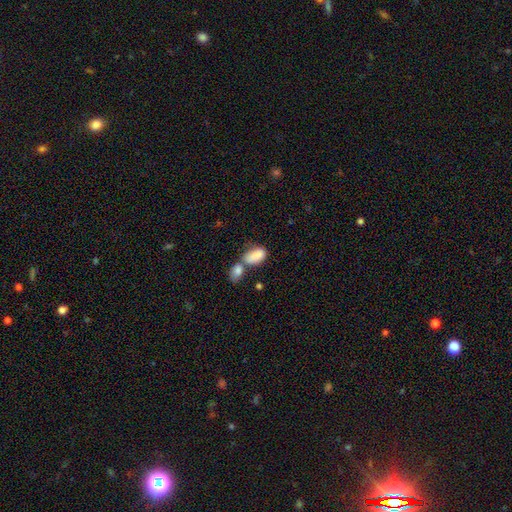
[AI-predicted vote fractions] Morphology: type=smooth (85%); roundness=in between (93%); merging=merger (56%).